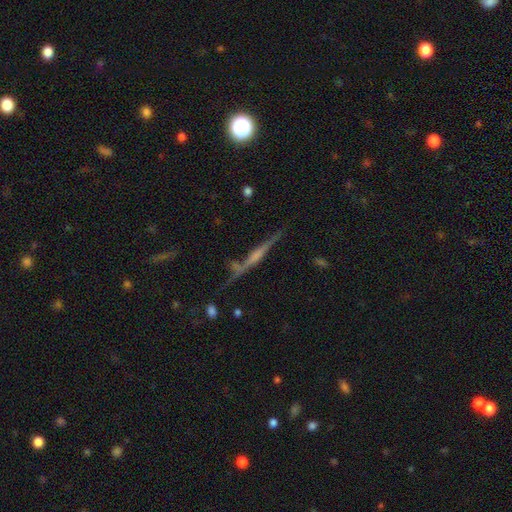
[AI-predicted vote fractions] Overall: featured or disk (67%). Edge-on disk: yes (91%). Edge-on bulge: rounded (67%). Merging: none (78%).